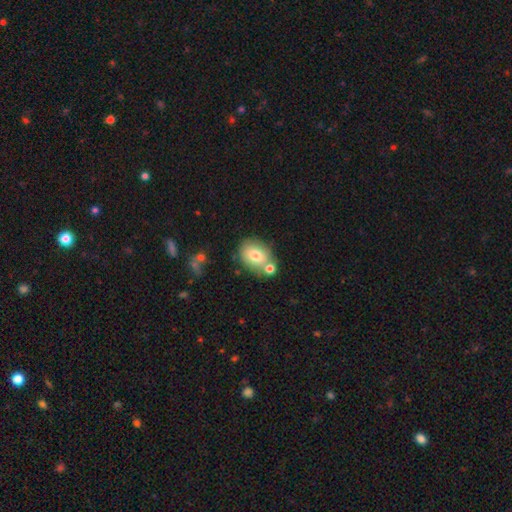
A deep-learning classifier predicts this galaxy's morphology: This appears to be a smooth galaxy with no disk features (73%) that is in between round and cigar-shaped (63%). Merging: none (58%).